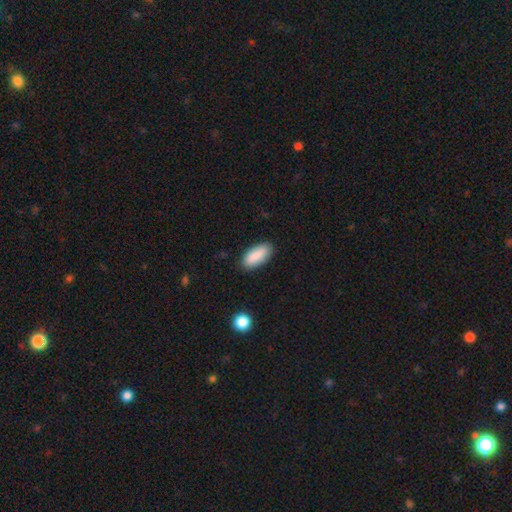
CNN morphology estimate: A smooth galaxy with no disk features (89%) that is in between round and cigar-shaped (83%). Merging: none (86%).